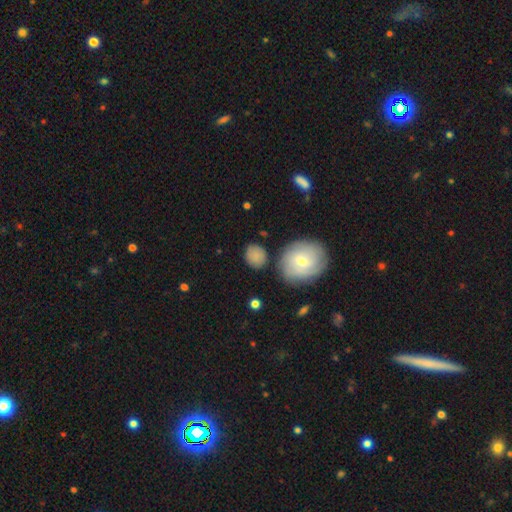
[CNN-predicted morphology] smooth 79%, featured or disk 13%, star or artifact 7%. Down the decision tree: how rounded — round (68%); merging — none (75%).